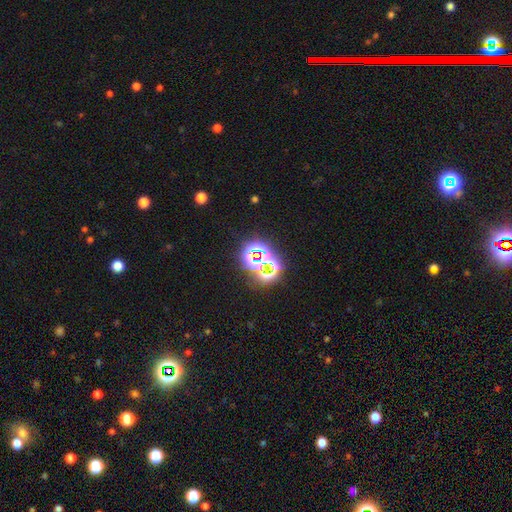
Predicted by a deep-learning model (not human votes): This appears to be a star or artifact, not a galaxy (72%).